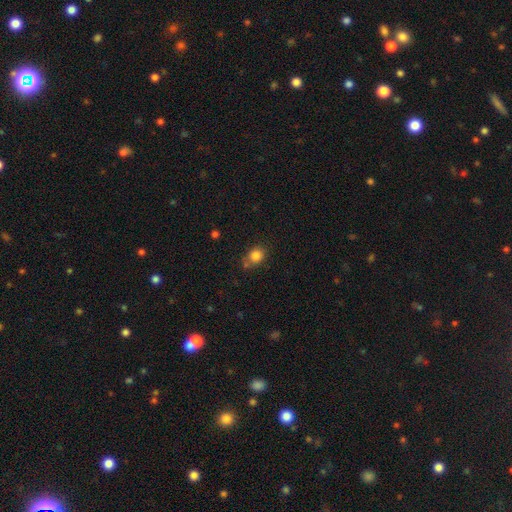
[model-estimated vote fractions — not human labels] Smooth or featured?
  - smooth: 84% *
  - star or artifact: 11%
  - featured or disk: 6%
How rounded?
  - round: 69% *
  - in between: 30%
  - cigar-shaped: 1%
Merging?
  - none: 62% *
  - minor disturbance: 20%
  - merger: 13%
  - major disturbance: 6%